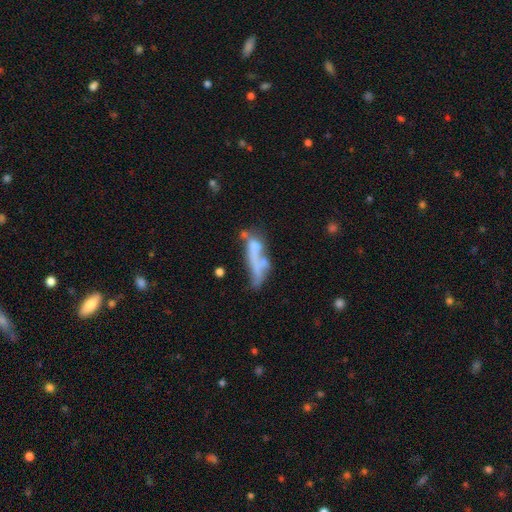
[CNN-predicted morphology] The model was most divided on "smooth or featured": featured or disk: 45%, smooth: 43%, star or artifact: 13%. Remaining: merging — merger (34%).